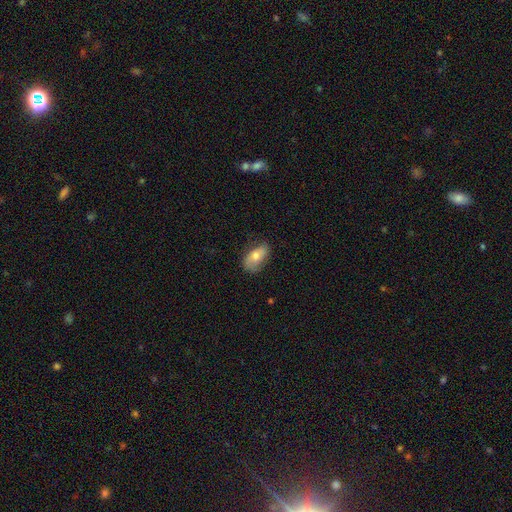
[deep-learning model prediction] A smooth galaxy with no disk features (65%) that is in between round and cigar-shaped (90%). Merging: none (67%).